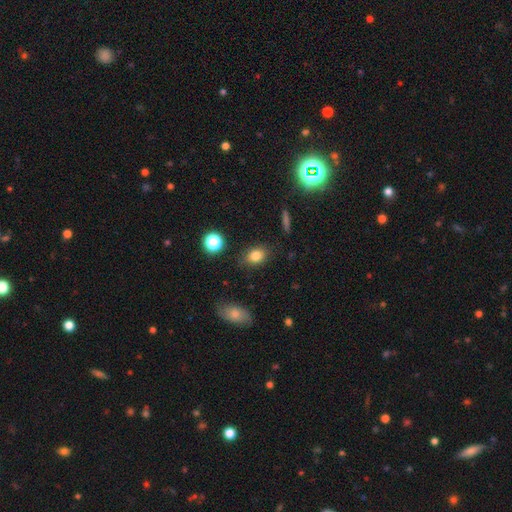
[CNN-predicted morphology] The model was most divided on "how rounded": in between: 69%, round: 30%, cigar-shaped: 2%. More confident: merging — none (83%); smooth or featured — smooth (82%).